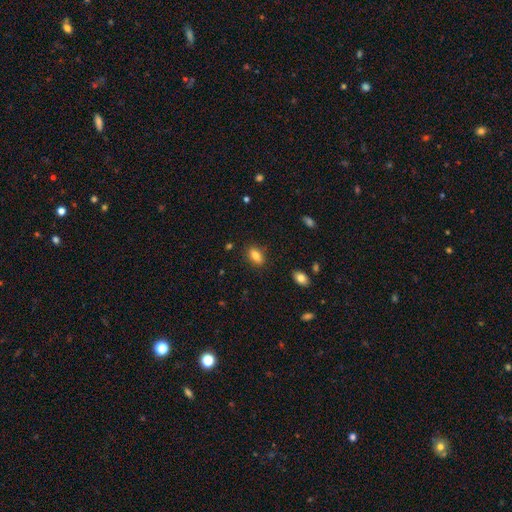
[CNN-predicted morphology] type=smooth (83%); roundness=in between (86%); merging=none (85%).